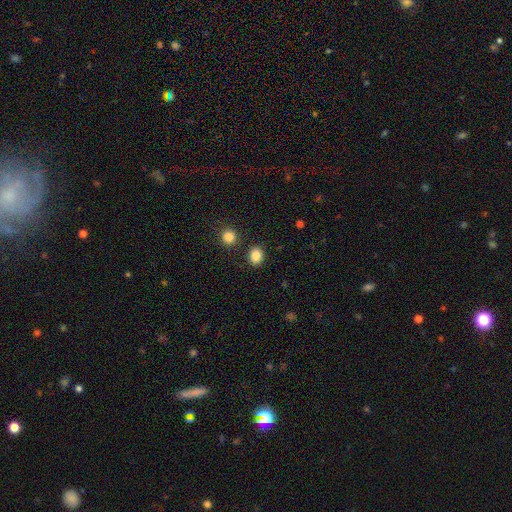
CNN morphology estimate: Q: Smooth or featured?
A: smooth (86%); runner-up: star or artifact (10%)
Q: How rounded?
A: round (50%); runner-up: in between (49%)
Q: Merging?
A: none (85%); runner-up: minor disturbance (8%)